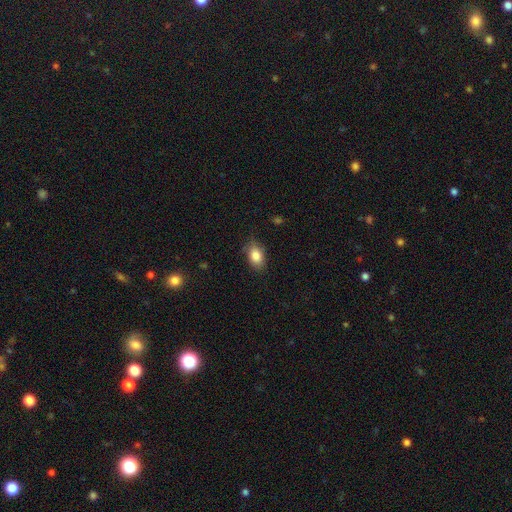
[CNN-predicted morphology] smooth-or-featured: smooth: 84% | star or artifact: 8% | featured or disk: 8%
  how-rounded: in between: 85% | round: 13% | cigar-shaped: 2%
  merging: none: 79% | minor disturbance: 17% | major disturbance: 3% | merger: 1%